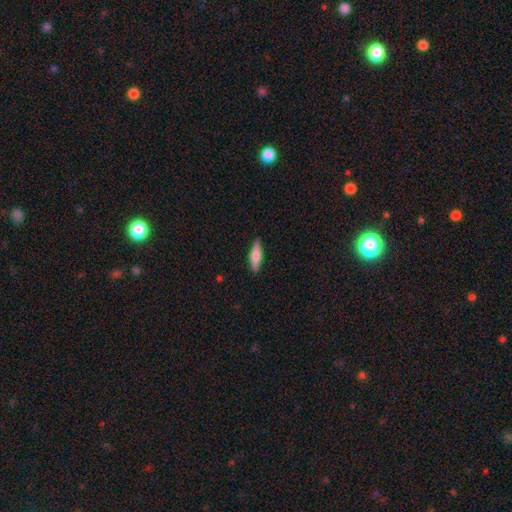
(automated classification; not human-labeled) Smooth or featured?
  - smooth: 70% *
  - featured or disk: 24%
  - star or artifact: 6%
How rounded?
  - cigar-shaped: 62% *
  - in between: 36%
  - round: 2%
Merging?
  - none: 89% *
  - minor disturbance: 8%
  - major disturbance: 2%
  - merger: 1%